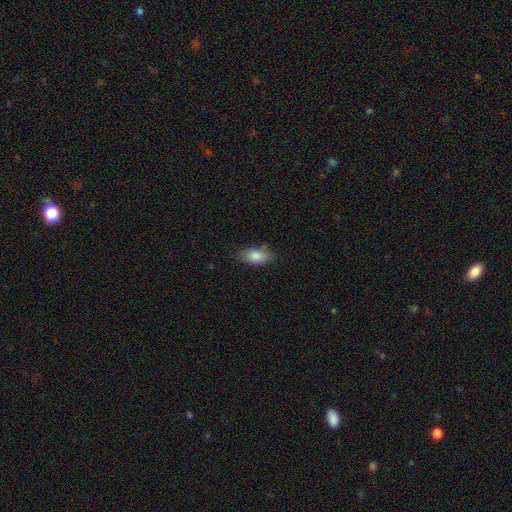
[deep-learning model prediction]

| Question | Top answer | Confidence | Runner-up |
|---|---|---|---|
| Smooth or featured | smooth | 84% | featured or disk (9%) |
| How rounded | in between | 88% | cigar-shaped (8%) |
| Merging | none | 77% | minor disturbance (18%) |